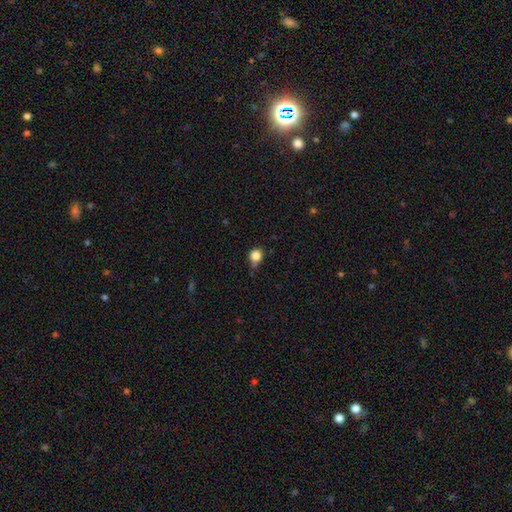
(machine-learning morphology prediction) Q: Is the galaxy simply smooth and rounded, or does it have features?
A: smooth — 83%.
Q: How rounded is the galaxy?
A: round — 87%.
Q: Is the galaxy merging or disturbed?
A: none — 58%.